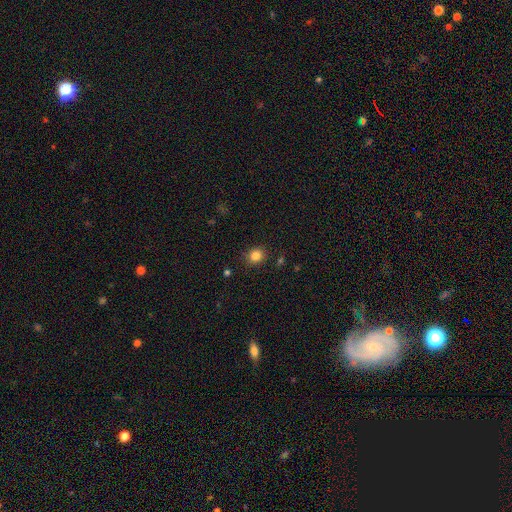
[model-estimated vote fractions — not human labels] Smooth or featured? smooth (83%)
How rounded? round (74%)
Merging? none (88%)